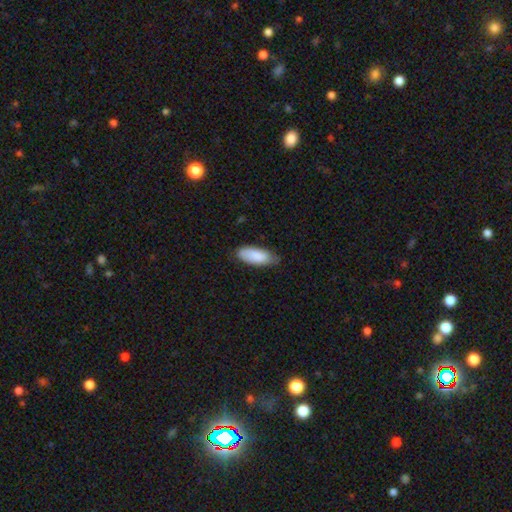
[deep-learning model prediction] The model was most divided on "merging": none: 67%, minor disturbance: 28%, major disturbance: 4%, merger: 1%. More confident: smooth or featured — smooth (85%); how rounded — in between (83%).